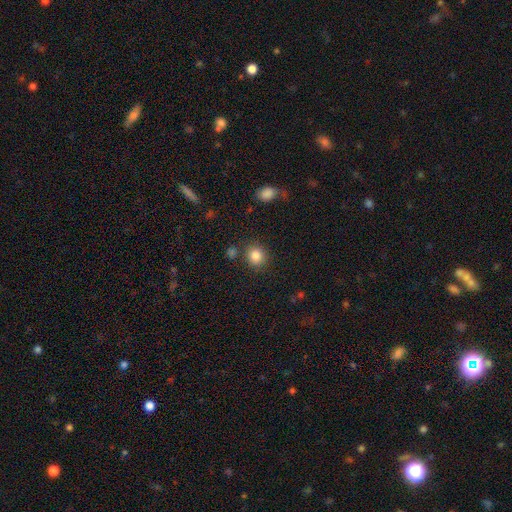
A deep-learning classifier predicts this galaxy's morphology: This is clearly a smooth galaxy (84%). How rounded: clearly round (81%). Merging: clearly none (82%).